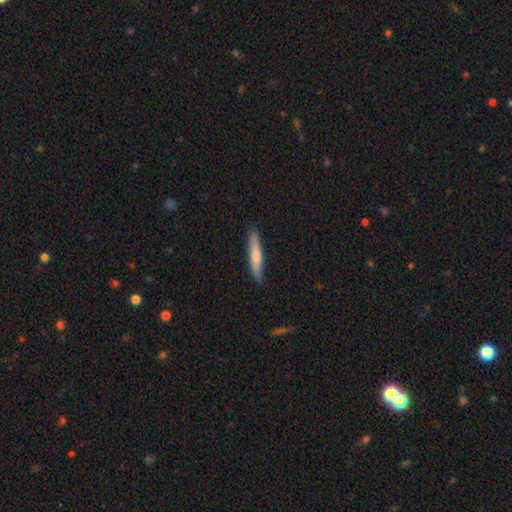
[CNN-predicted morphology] smooth_or_featured: smooth (p=0.69) [alt: featured or disk p=0.26]
how_rounded: cigar-shaped (p=0.92) [alt: in between p=0.06]
merging: none (p=0.84) [alt: minor disturbance p=0.13]